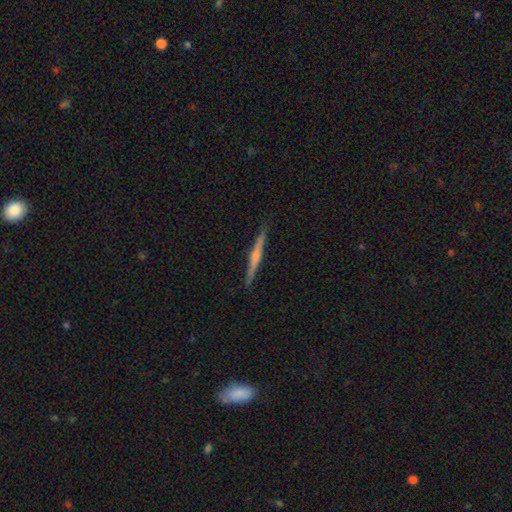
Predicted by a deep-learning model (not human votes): This is likely a featured or disk galaxy (71%). It is clearly viewed edge-on (98%). Edge-on bulge: likely rounded (68%). Merging: clearly none (90%).